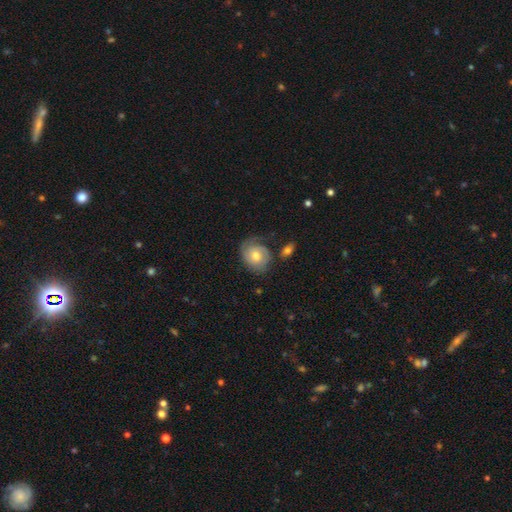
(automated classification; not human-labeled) smooth-or-featured: featured or disk: 59% | smooth: 35% | star or artifact: 7%
  disk-edge-on: no: 97% | yes: 3%
    bar: no: 71% | weak: 25% | strong: 4%
    has-spiral-arms: yes: 85% | no: 15%
    bulge-size: moderate: 71% | small: 18% | large: 8% | none: 2% | dominant: 1%
  merging: none: 59% | minor disturbance: 22% | major disturbance: 14% | merger: 4%